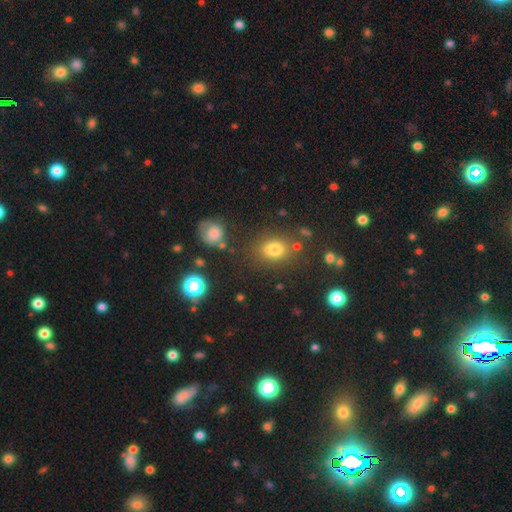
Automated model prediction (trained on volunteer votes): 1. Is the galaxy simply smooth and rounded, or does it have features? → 52% smooth, 41% star or artifact, 7% featured or disk.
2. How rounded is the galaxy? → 81% round, 18% in between, 2% cigar-shaped.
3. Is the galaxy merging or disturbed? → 79% none, 9% minor disturbance, 8% merger, 4% major disturbance.